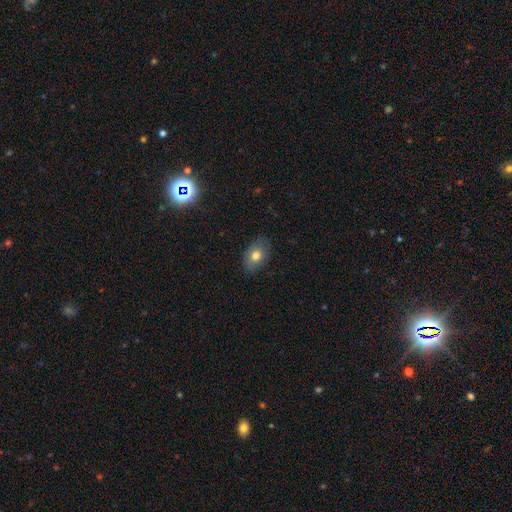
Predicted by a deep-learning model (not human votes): The model was most divided on "smooth or featured": smooth: 75%, featured or disk: 16%, star or artifact: 9%. More confident: how rounded — in between (83%); merging — none (82%).